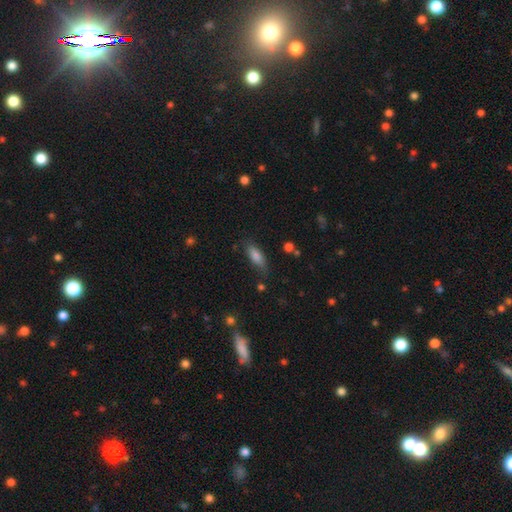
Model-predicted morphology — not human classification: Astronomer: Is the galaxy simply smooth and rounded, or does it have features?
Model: smooth — 78%.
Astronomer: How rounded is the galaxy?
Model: in between — 74%.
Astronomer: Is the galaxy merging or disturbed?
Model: none — 71%.